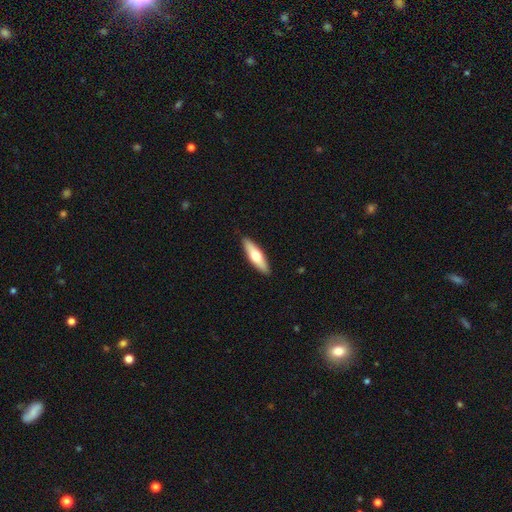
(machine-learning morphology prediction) Smooth or featured?
  - smooth: 56% *
  - featured or disk: 39%
  - star or artifact: 5%
How rounded?
  - cigar-shaped: 65% *
  - in between: 33%
  - round: 2%
Merging?
  - none: 90% *
  - minor disturbance: 7%
  - major disturbance: 1%
  - merger: 1%